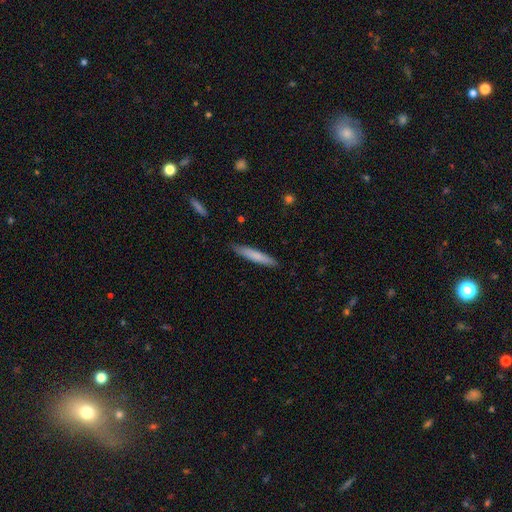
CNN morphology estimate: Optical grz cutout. It shows a smooth galaxy with no disk features (75%) that is cigar-shaped (92%). Merging: none (86%).